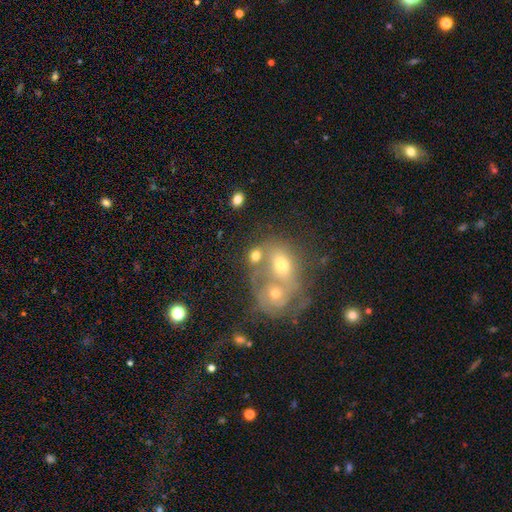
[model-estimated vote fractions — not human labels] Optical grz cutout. It shows a smooth galaxy with no disk features (59%) that is in between round and cigar-shaped (49%). Merging: merger (49%).